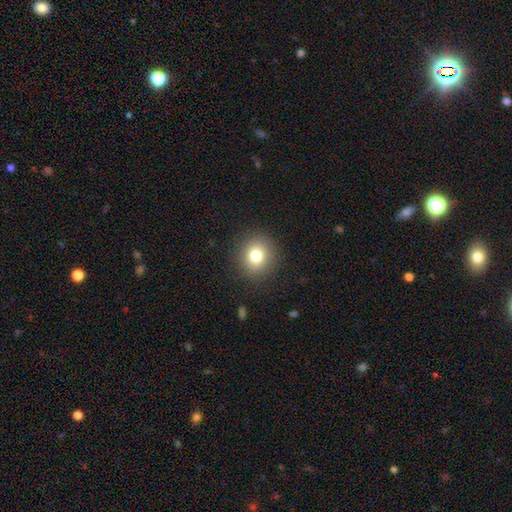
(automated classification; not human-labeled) Overall: smooth (78%). How rounded: round (85%). Merging: none (89%).